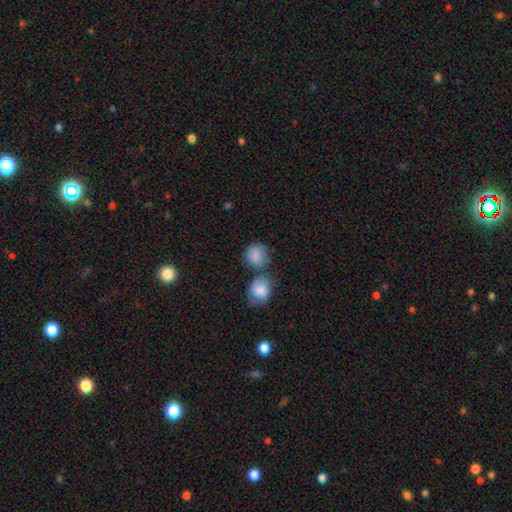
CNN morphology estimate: type=smooth (86%); roundness=round (80%); merging=none (54%).